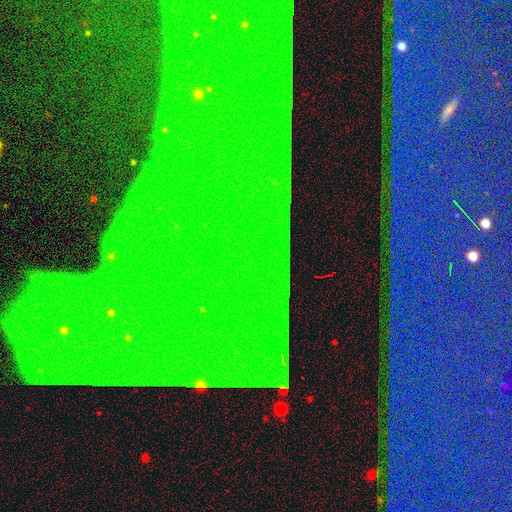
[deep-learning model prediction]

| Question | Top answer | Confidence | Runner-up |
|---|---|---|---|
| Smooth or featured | star or artifact | 86% | featured or disk (8%) |